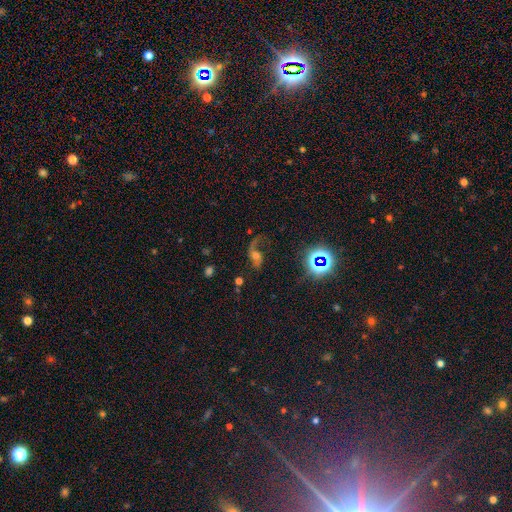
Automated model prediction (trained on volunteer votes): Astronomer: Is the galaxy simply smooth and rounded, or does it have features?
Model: featured or disk — 60%.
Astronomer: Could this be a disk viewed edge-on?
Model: no — 93%.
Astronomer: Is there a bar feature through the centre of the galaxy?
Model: no — 65%.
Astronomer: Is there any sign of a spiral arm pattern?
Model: yes — 86%.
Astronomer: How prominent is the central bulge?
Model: moderate — 51%.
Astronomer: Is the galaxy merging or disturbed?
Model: none — 45% (runner-up: major disturbance, 33%).